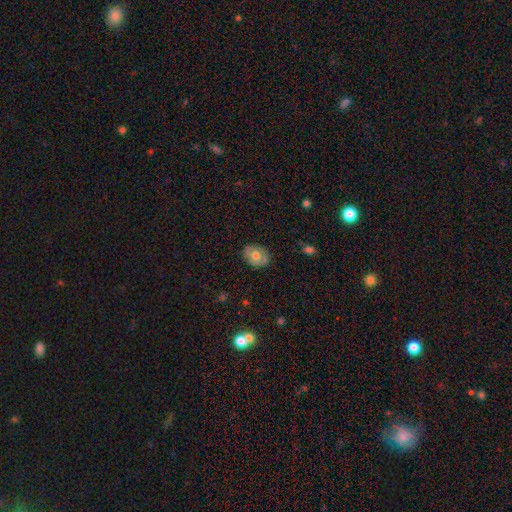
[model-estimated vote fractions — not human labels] Q: Smooth or featured?
A: smooth (56%); runner-up: featured or disk (37%)
Q: How rounded?
A: in between (56%); runner-up: round (43%)
Q: Merging?
A: none (83%); runner-up: minor disturbance (13%)